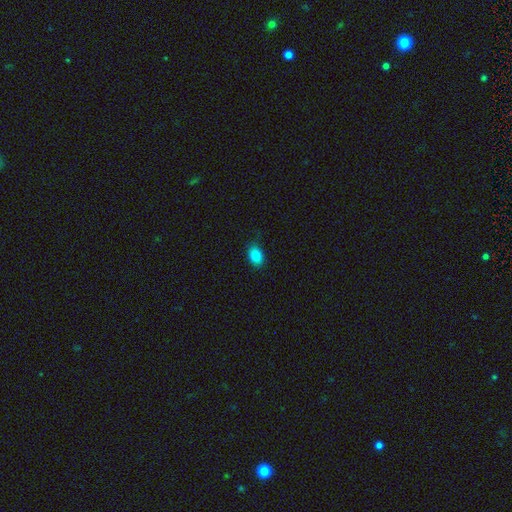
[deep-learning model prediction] The model was most divided on "how rounded": in between: 78%, round: 21%, cigar-shaped: 1%. More confident: smooth or featured — smooth (85%); merging — none (84%).